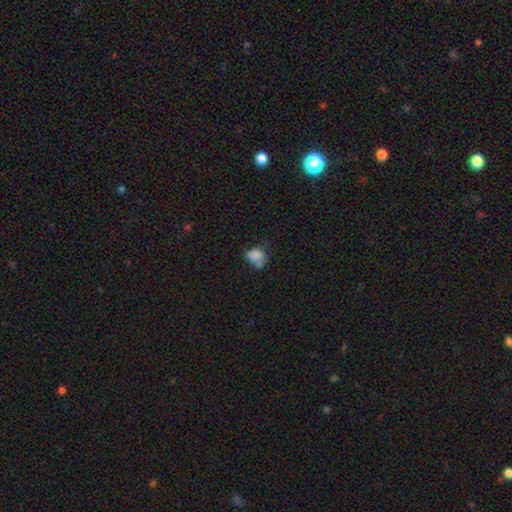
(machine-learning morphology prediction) This is likely a smooth galaxy (73%). How rounded: possibly round (54%). Merging: marginally none (35%).